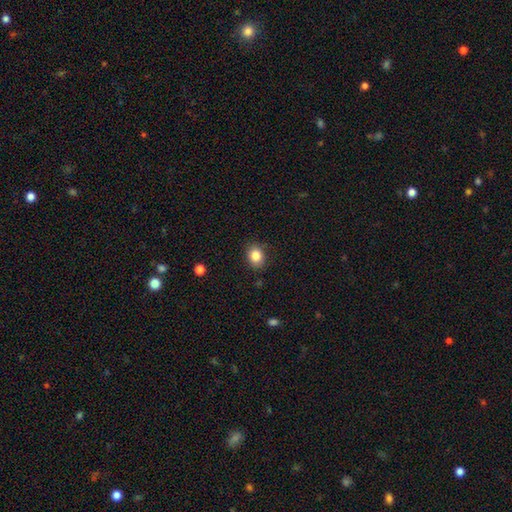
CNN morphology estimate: Smooth or featured?
  - smooth: 84% *
  - star or artifact: 10%
  - featured or disk: 6%
How rounded?
  - round: 58% *
  - in between: 41%
  - cigar-shaped: 1%
Merging?
  - none: 85% *
  - minor disturbance: 11%
  - major disturbance: 3%
  - merger: 1%